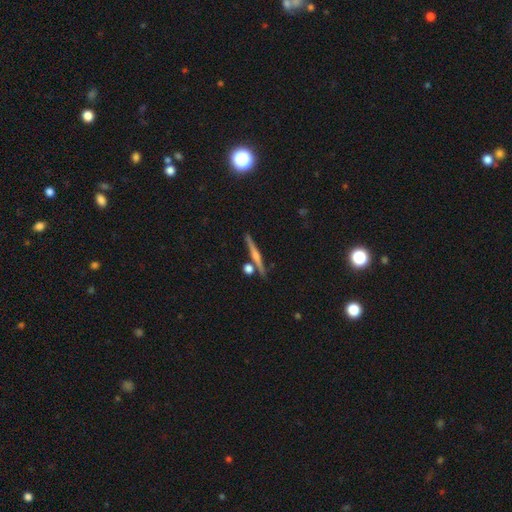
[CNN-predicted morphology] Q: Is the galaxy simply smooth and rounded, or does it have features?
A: featured or disk — 65%.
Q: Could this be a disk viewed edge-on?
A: yes — 97%.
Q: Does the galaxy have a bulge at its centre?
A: rounded — 62%.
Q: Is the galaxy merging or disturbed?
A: none — 85%.